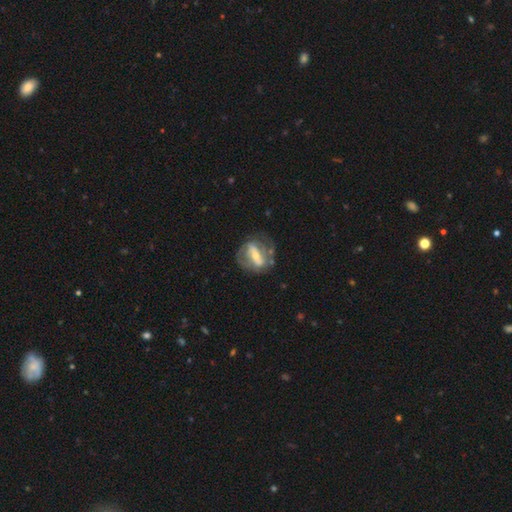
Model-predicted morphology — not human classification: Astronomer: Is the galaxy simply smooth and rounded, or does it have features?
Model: featured or disk — 73%.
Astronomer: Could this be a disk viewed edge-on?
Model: no — 91%.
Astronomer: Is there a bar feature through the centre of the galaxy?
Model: strong — 62%.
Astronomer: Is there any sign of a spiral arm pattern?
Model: yes — 58% (runner-up: no, 42%).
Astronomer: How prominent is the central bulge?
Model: moderate — 47% (runner-up: small, 44%).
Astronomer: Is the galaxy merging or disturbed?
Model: none — 59%.